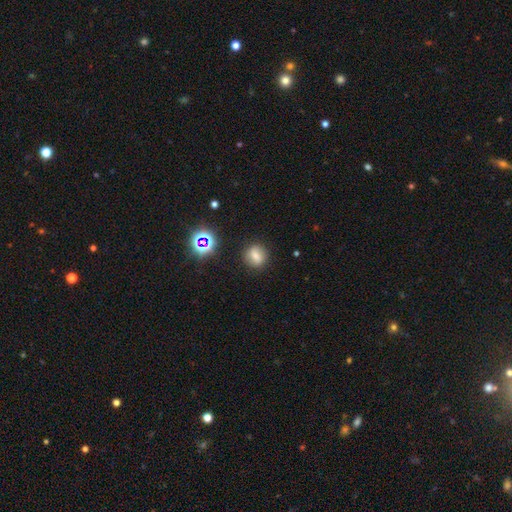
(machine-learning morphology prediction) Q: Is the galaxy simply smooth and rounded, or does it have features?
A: smooth — 71%.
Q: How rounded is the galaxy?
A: round — 72%.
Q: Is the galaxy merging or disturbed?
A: none — 86%.